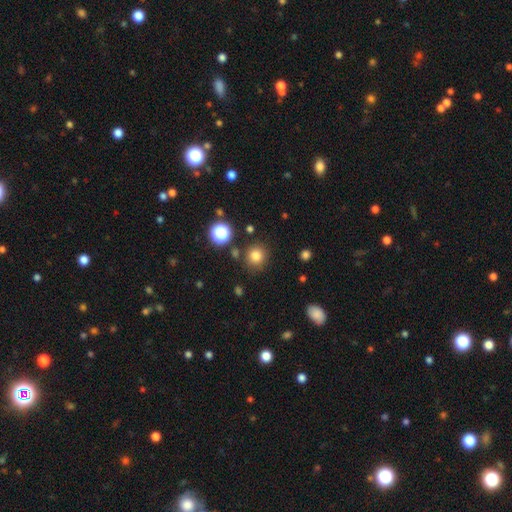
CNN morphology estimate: A smooth galaxy with no disk features (79%) that is round (89%). Merging: none (84%).